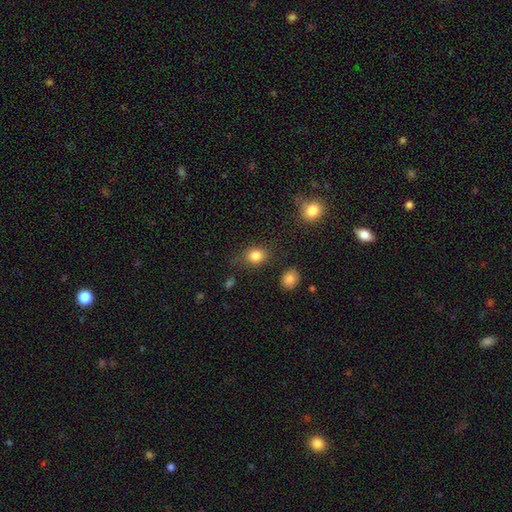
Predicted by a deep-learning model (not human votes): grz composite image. It shows a smooth galaxy with no disk features (83%) that is round (56%). Merging: none (75%).